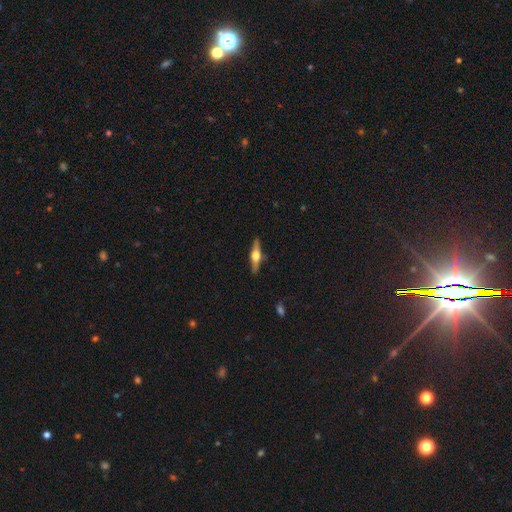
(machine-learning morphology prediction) Smooth or featured? Predicted: featured or disk (p=0.68). Edge-on disk? Predicted: yes (p=0.97). Edge-on bulge? Predicted: rounded (p=0.95). Merging? Predicted: none (p=0.88).